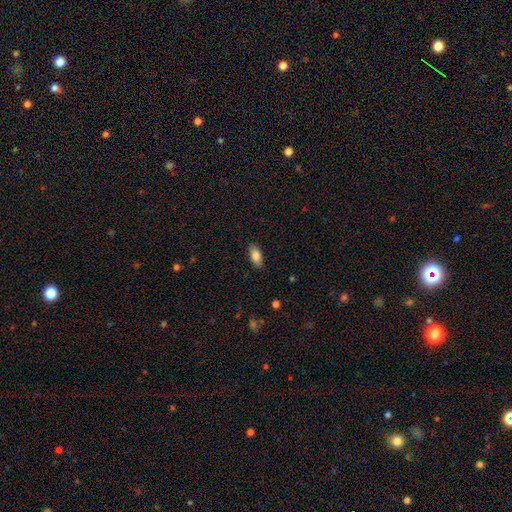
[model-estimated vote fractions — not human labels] Smooth or featured: smooth — 84% (featured or disk — 9%)
How rounded: in between — 87% (cigar-shaped — 11%)
Merging: none — 87% (minor disturbance — 10%)